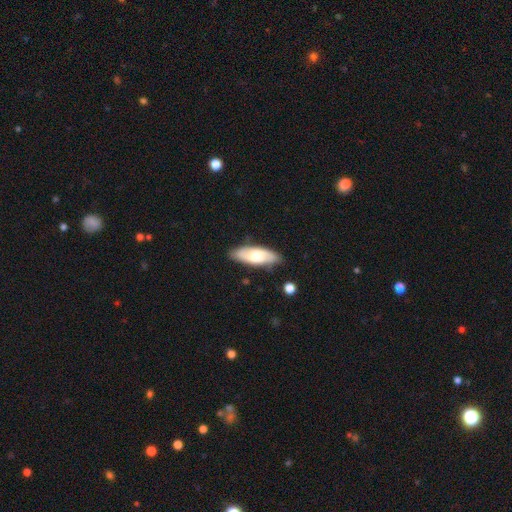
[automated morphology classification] Q: Smooth or featured?
A: smooth (58%); runner-up: featured or disk (36%)
Q: How rounded?
A: in between (67%); runner-up: cigar-shaped (30%)
Q: Merging?
A: none (81%); runner-up: minor disturbance (14%)